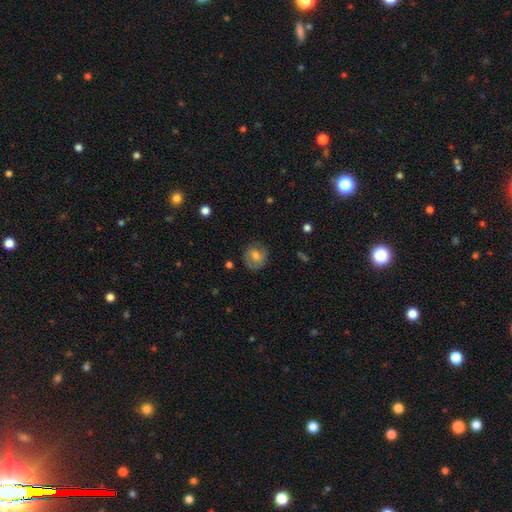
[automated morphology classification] A smooth galaxy with no disk features (63%) that is round (80%).

Vote fractions:
- Smooth or featured? smooth: 63% / featured or disk: 28% / star or artifact: 9%
- How rounded? round: 80% / in between: 19% / cigar-shaped: 1%
- Merging? none: 76% / minor disturbance: 17% / major disturbance: 5% / merger: 1%